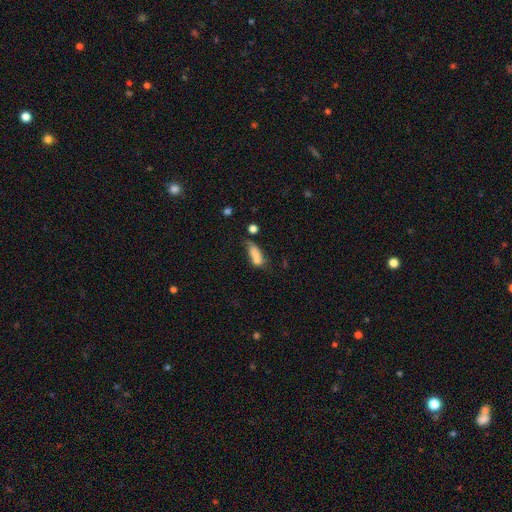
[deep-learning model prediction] Smooth or featured?
  - smooth: 74% *
  - featured or disk: 16%
  - star or artifact: 10%
How rounded?
  - in between: 70% *
  - cigar-shaped: 26%
  - round: 4%
Merging?
  - none: 32% *
  - merger: 29%
  - minor disturbance: 24%
  - major disturbance: 15%